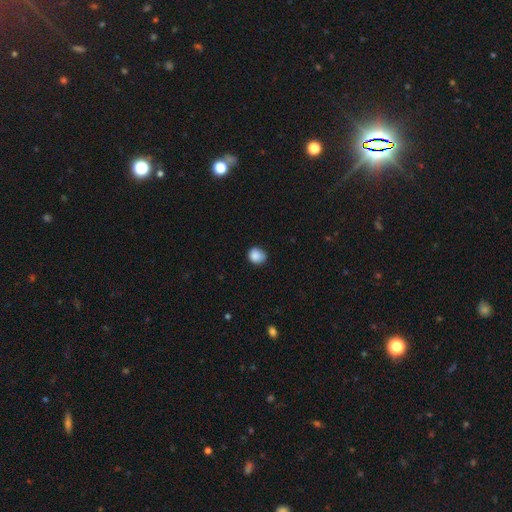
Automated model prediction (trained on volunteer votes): Smooth or featured? Predicted: smooth (p=0.87). How rounded? Predicted: round (p=0.78). Merging? Predicted: none (p=0.75).